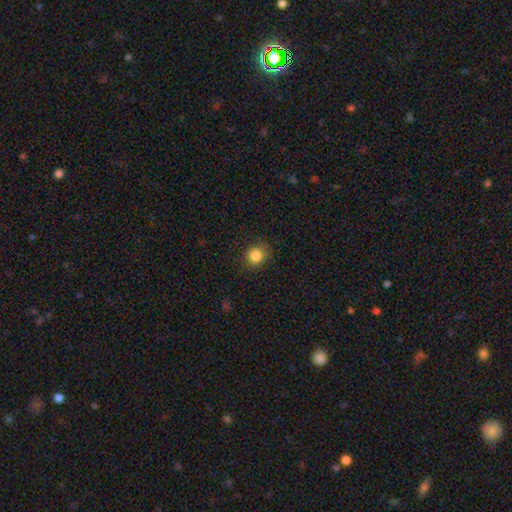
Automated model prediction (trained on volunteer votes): Q: Smooth or featured?
A: smooth (84%); runner-up: star or artifact (11%)
Q: How rounded?
A: round (83%); runner-up: in between (16%)
Q: Merging?
A: none (85%); runner-up: minor disturbance (11%)